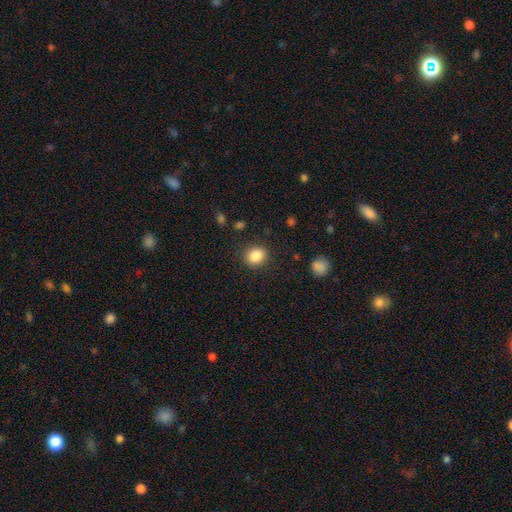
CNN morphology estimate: Q: Smooth or featured?
A: smooth (86%); runner-up: star or artifact (9%)
Q: How rounded?
A: round (70%); runner-up: in between (30%)
Q: Merging?
A: none (86%); runner-up: minor disturbance (9%)